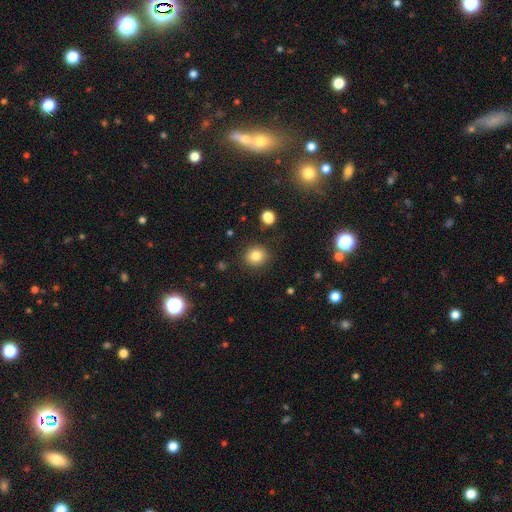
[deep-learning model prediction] smooth 83%, star or artifact 11%, featured or disk 6%. Down the decision tree: how rounded — round (83%); merging — none (89%).